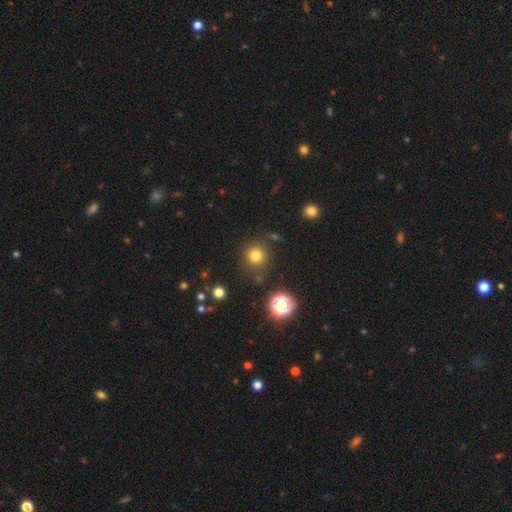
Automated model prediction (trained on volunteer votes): Overall: smooth (77%). How rounded: round (93%). Merging: none (83%).